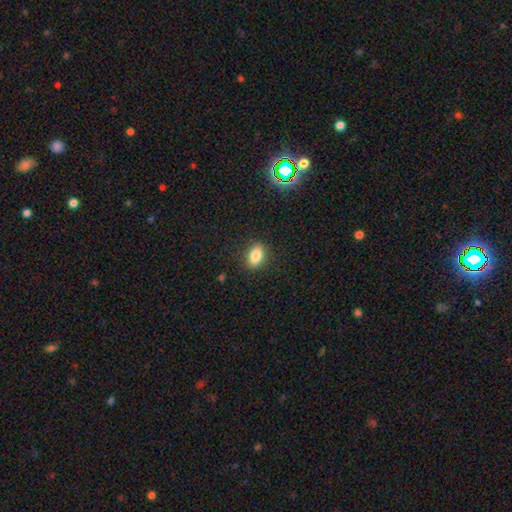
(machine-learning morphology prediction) smooth_or_featured: smooth (p=0.81) [alt: featured or disk p=0.10]
how_rounded: in between (p=0.81) [alt: round p=0.12]
merging: none (p=0.87) [alt: minor disturbance p=0.09]